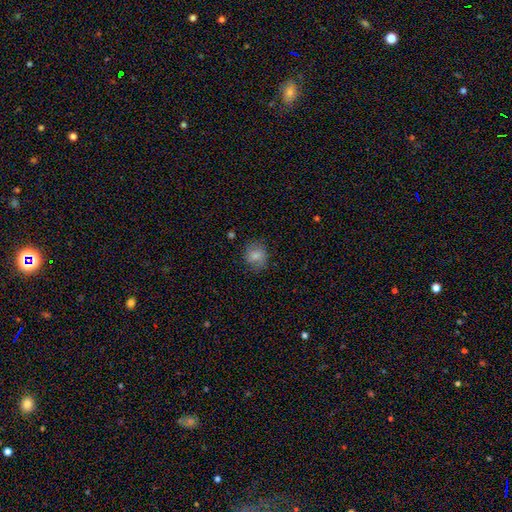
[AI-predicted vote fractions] A smooth galaxy with no disk features (78%) that is round (71%).

Vote fractions:
- Smooth or featured? smooth: 78% / featured or disk: 13% / star or artifact: 9%
- How rounded? round: 71% / in between: 28% / cigar-shaped: 1%
- Merging? none: 78% / minor disturbance: 16% / major disturbance: 5% / merger: 1%